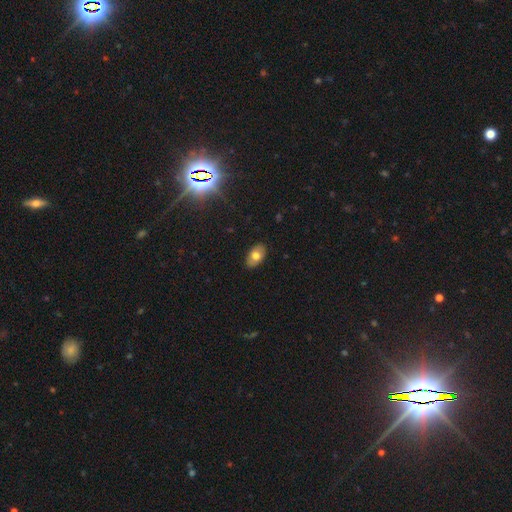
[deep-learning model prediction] Smooth or featured?
  - smooth: 71% *
  - featured or disk: 19%
  - star or artifact: 9%
How rounded?
  - in between: 90% *
  - round: 9%
  - cigar-shaped: 1%
Merging?
  - none: 87% *
  - minor disturbance: 10%
  - major disturbance: 2%
  - merger: 1%